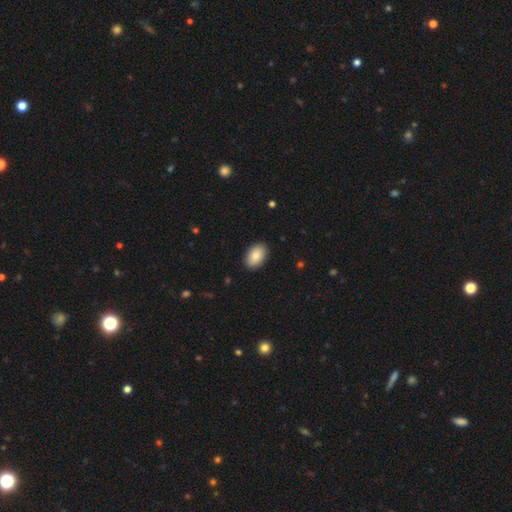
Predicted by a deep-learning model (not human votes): Morphology: type=smooth (83%); roundness=in between (91%); merging=none (89%).